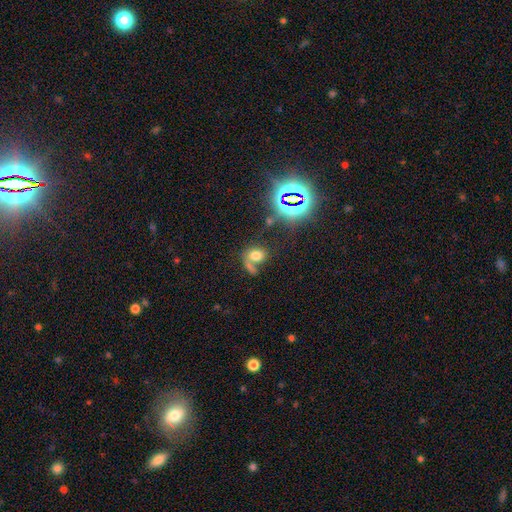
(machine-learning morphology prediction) smooth 61%, star or artifact 22%, featured or disk 18%. Down the decision tree: how rounded — in between (52%); merging — none (38%).